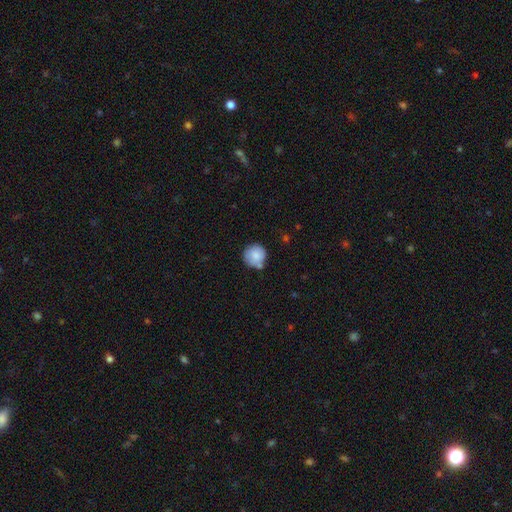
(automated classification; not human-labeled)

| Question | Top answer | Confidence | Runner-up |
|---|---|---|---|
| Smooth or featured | smooth | 84% | featured or disk (9%) |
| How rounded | round | 94% | in between (5%) |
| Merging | none | 70% | minor disturbance (17%) |